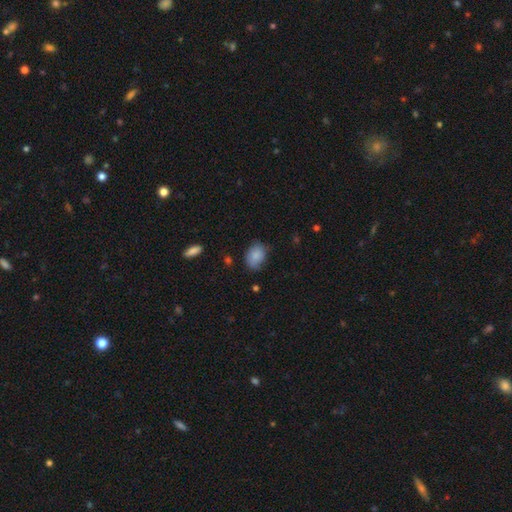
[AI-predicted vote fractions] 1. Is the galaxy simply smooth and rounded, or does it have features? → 85% smooth, 8% star or artifact, 7% featured or disk.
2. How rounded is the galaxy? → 76% in between, 23% round, 1% cigar-shaped.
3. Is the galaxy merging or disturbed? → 67% none, 26% minor disturbance, 5% major disturbance, 2% merger.